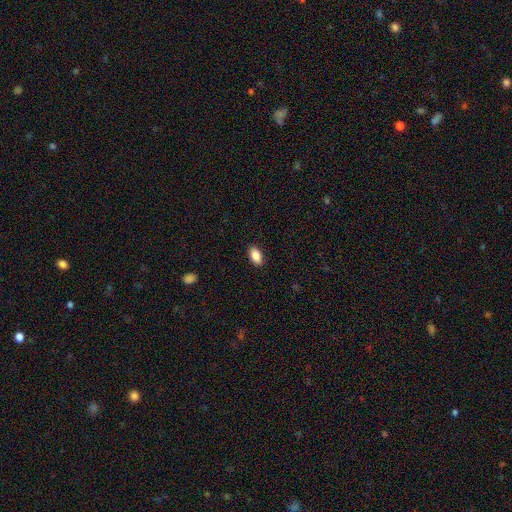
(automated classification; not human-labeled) smooth 88%, star or artifact 7%, featured or disk 5%. Down the decision tree: how rounded — in between (93%); merging — none (89%).